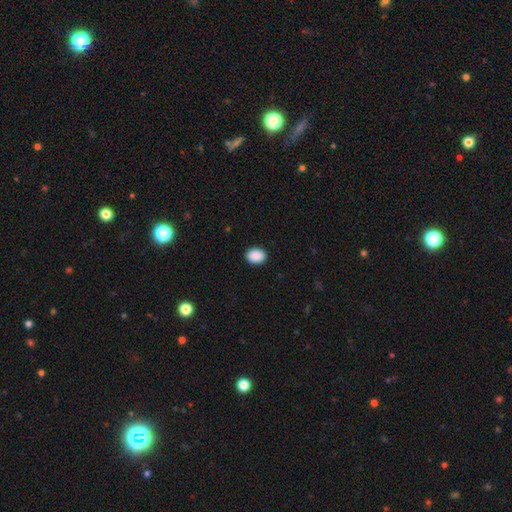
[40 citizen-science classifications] smooth_or_featured: smooth (p=0.93) [alt: star or artifact p=0.07]
how_rounded: in between (p=0.70) [alt: round p=0.30]
merging: none (p=0.95) [alt: minor disturbance p=0.05]